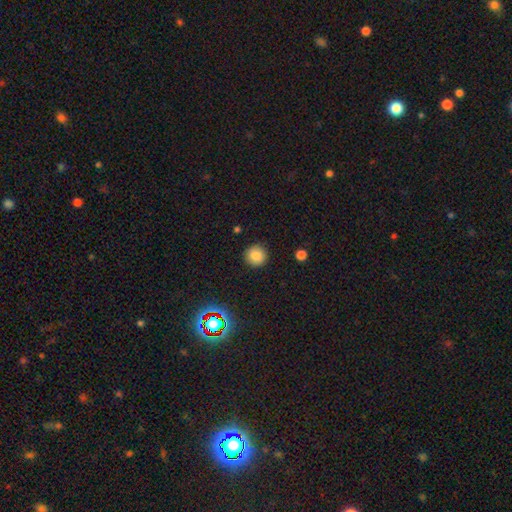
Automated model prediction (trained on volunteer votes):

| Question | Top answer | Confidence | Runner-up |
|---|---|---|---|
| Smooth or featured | smooth | 83% | star or artifact (12%) |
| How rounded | round | 95% | in between (4%) |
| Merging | none | 92% | minor disturbance (5%) |